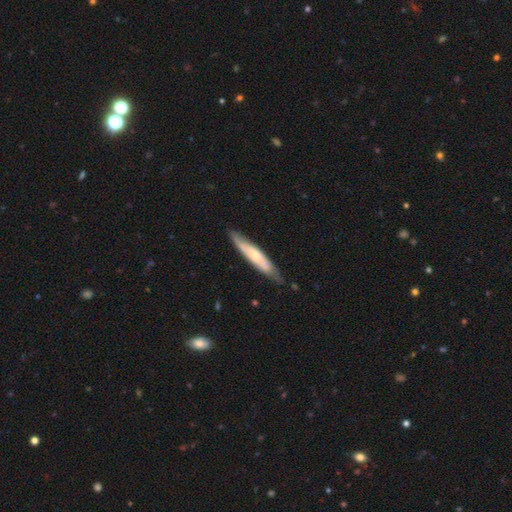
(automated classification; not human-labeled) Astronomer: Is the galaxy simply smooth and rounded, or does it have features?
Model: smooth — 48% (runner-up: featured or disk, 47%).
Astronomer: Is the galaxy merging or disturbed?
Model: none — 78%.